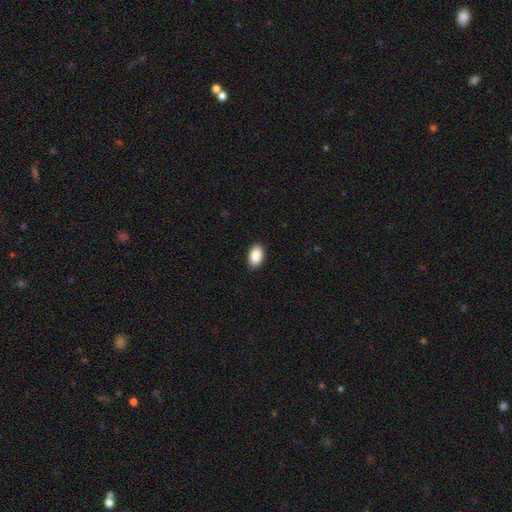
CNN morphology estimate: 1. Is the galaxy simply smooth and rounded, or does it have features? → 90% smooth, 7% star or artifact, 3% featured or disk.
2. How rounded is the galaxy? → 94% in between, 4% round, 2% cigar-shaped.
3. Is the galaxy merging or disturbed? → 90% none, 7% minor disturbance, 2% major disturbance, 1% merger.